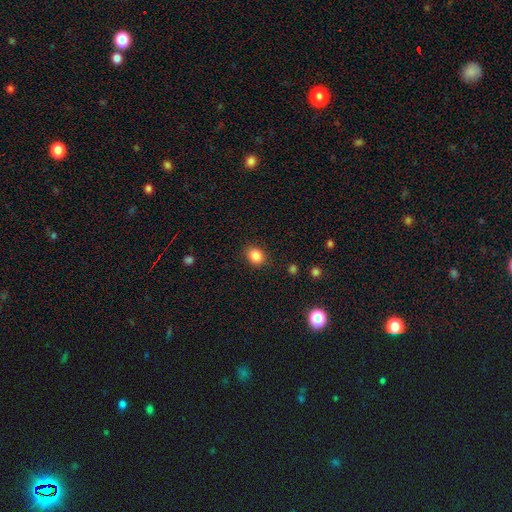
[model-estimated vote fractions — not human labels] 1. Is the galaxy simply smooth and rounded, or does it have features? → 86% smooth, 10% star or artifact, 4% featured or disk.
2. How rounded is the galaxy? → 57% round, 42% in between, 1% cigar-shaped.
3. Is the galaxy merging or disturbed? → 87% none, 9% minor disturbance, 3% major disturbance, 1% merger.